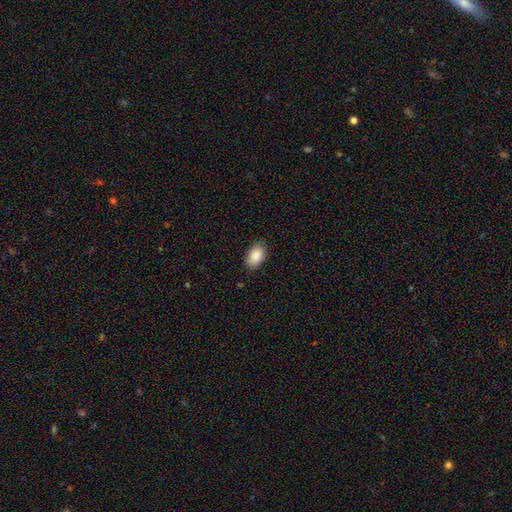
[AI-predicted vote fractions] This is clearly a smooth galaxy (89%). How rounded: clearly in between (92%). Merging: clearly none (86%).